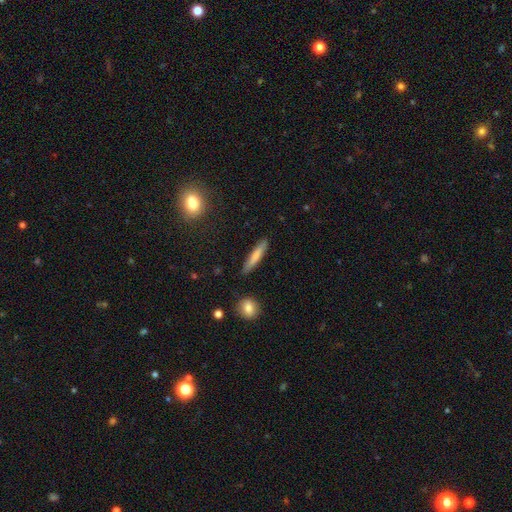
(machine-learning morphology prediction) Smooth or featured: smooth — 74% (featured or disk — 20%)
How rounded: cigar-shaped — 91% (in between — 7%)
Merging: none — 87% (minor disturbance — 9%)